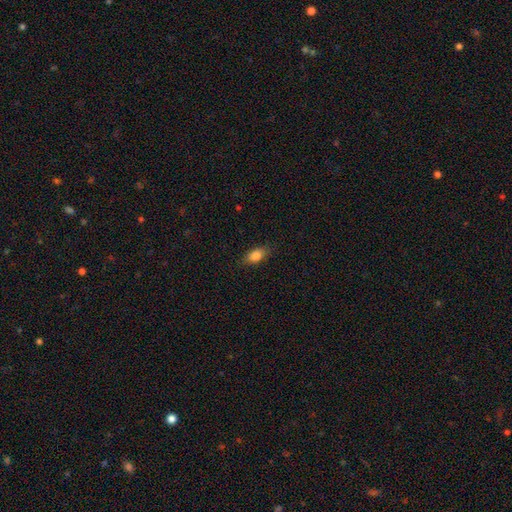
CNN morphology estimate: A smooth galaxy with no disk features (84%) that is in between round and cigar-shaped (86%). Merging: none (84%).